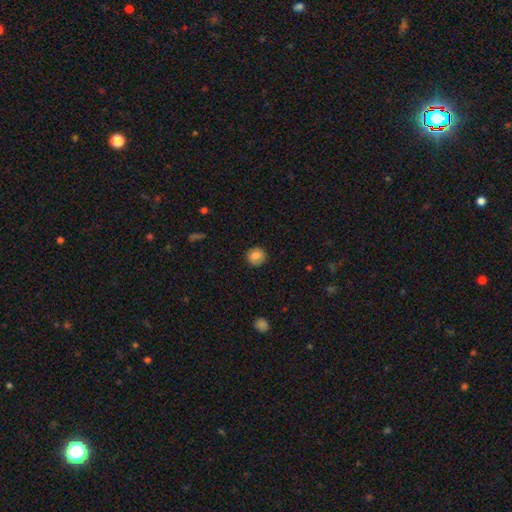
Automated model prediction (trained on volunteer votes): This is likely a smooth galaxy (79%). How rounded: clearly round (86%). Merging: clearly none (87%).